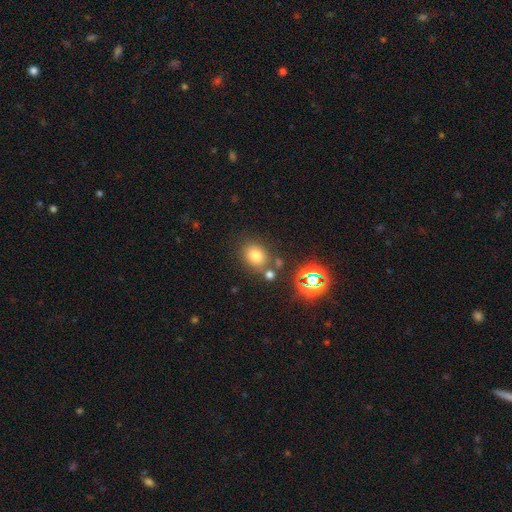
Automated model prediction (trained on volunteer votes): Smooth or featured? smooth (73%)
How rounded? round (56%)
Merging? none (72%)